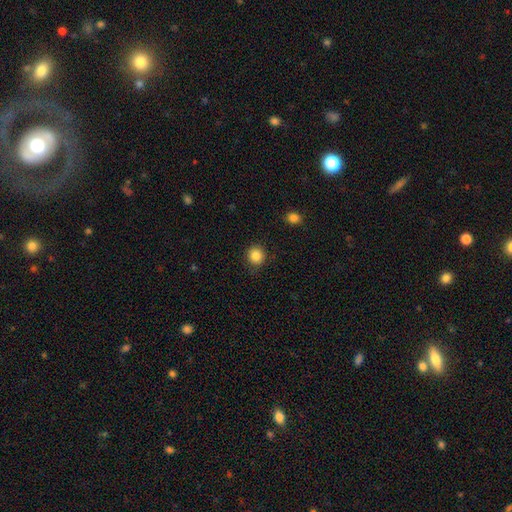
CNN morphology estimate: type=smooth (86%); roundness=round (89%); merging=none (88%).